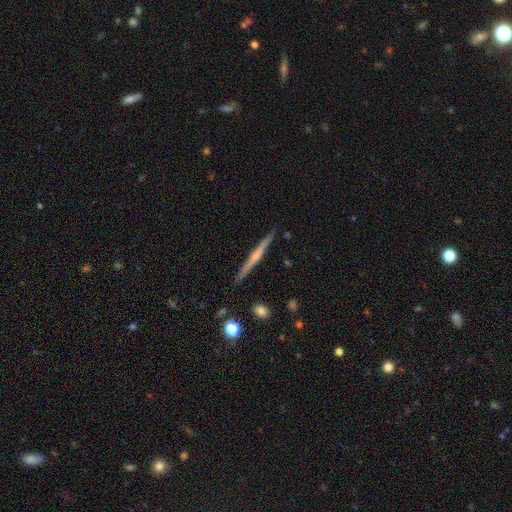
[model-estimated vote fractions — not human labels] A featured or disk galaxy (73%) viewed edge-on (97%) with a rounded central bulge (72%). Merging: none (89%).